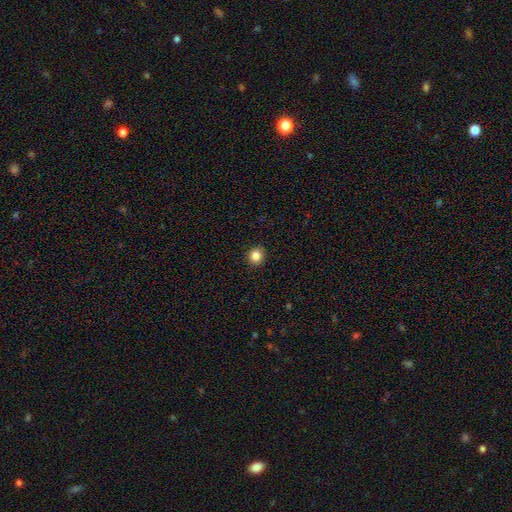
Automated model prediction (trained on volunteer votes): Morphology: type=smooth (84%); roundness=round (89%); merging=none (93%).